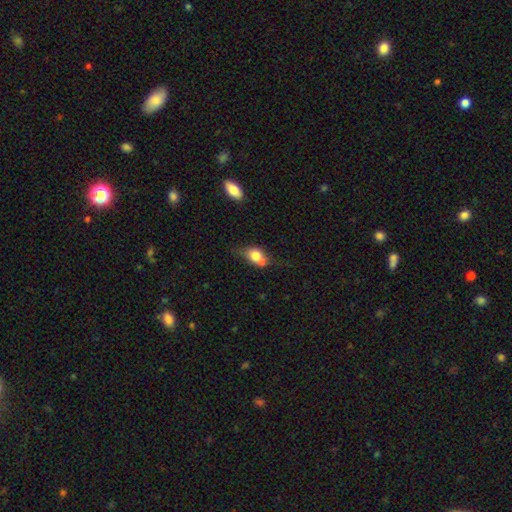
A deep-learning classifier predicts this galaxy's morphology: smooth 72%, featured or disk 19%, star or artifact 9%. Down the decision tree: how rounded — in between (56%); merging — merger (46%).